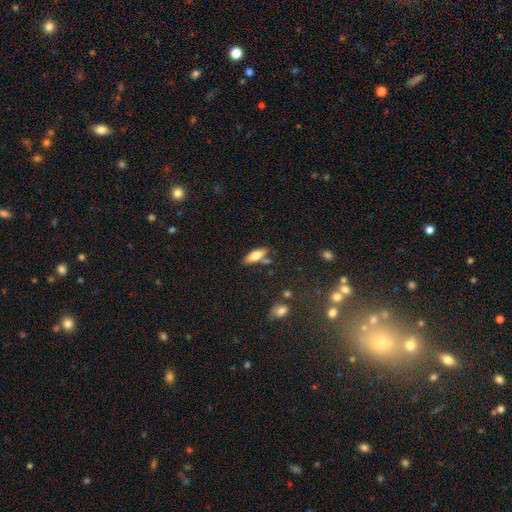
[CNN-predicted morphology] Smooth or featured? smooth (67%)
How rounded? in between (66%)
Merging? none (67%)